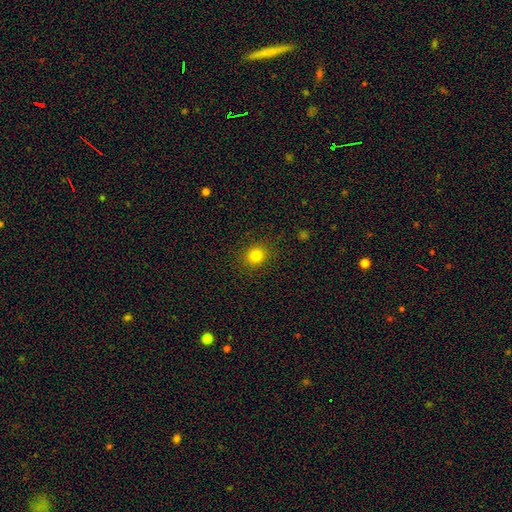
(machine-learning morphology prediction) Smooth or featured? smooth (80%)
How rounded? round (78%)
Merging? none (89%)